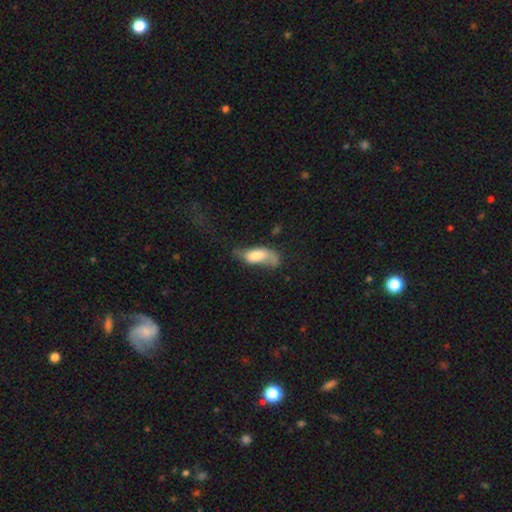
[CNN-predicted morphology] Smooth or featured?
  - smooth: 63% *
  - featured or disk: 29%
  - star or artifact: 8%
How rounded?
  - in between: 76% *
  - cigar-shaped: 21%
  - round: 3%
Merging?
  - none: 31% * (tied)
  - major disturbance: 31% * (tied)
  - minor disturbance: 30%
  - merger: 7%